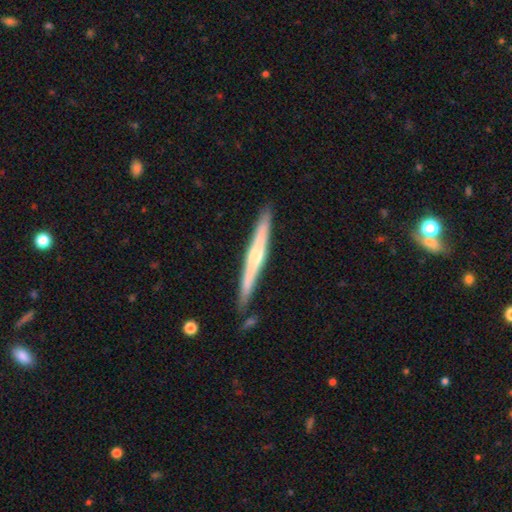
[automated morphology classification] smooth-or-featured: featured or disk: 70% | smooth: 24% | star or artifact: 6%
  disk-edge-on: yes: 97% | no: 3%
    edge-on-bulge: rounded: 73% | none: 20% | boxy: 7%
  merging: none: 87% | minor disturbance: 10% | merger: 2% | major disturbance: 2%